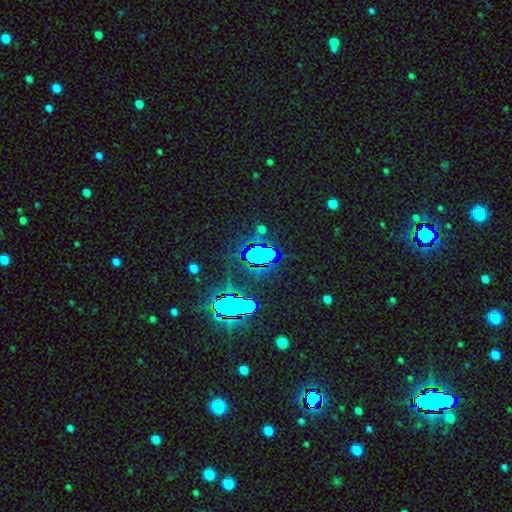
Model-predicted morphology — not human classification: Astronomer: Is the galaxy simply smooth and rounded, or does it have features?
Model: star or artifact — 71%.